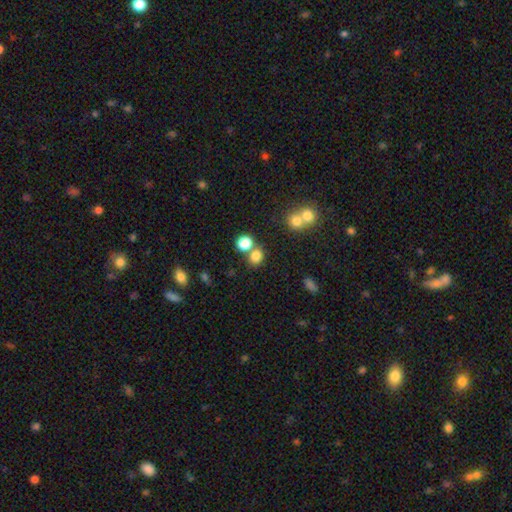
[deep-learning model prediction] A smooth galaxy with no disk features (78%) that is round (68%). Merging: none (62%).